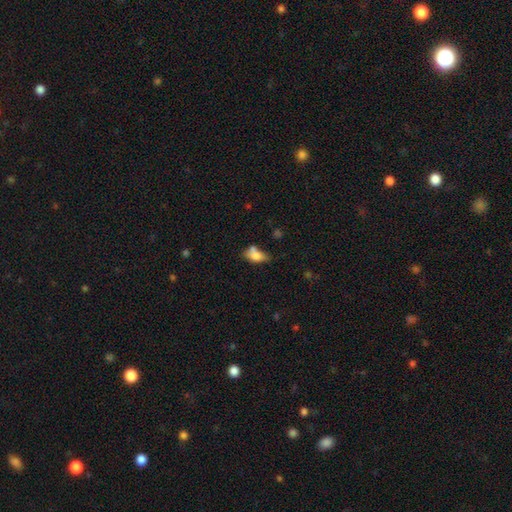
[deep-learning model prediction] smooth-or-featured: smooth: 71% | featured or disk: 20% | star or artifact: 9%
  how-rounded: in between: 82% | cigar-shaped: 10% | round: 8%
  merging: none: 40% | merger: 27% | minor disturbance: 23% | major disturbance: 10%